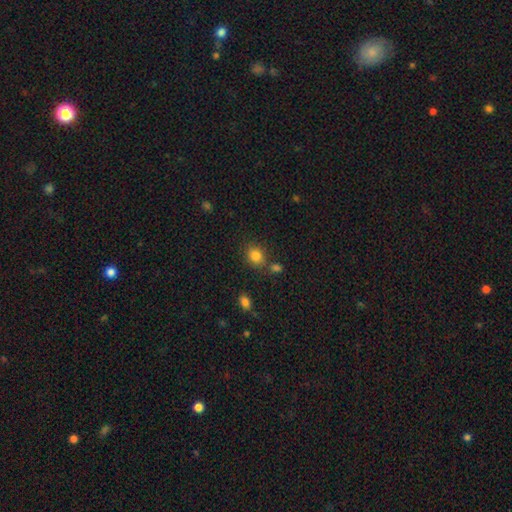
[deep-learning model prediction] Q: Smooth or featured?
A: smooth (83%); runner-up: star or artifact (11%)
Q: How rounded?
A: round (65%); runner-up: in between (34%)
Q: Merging?
A: none (74%); runner-up: minor disturbance (12%)